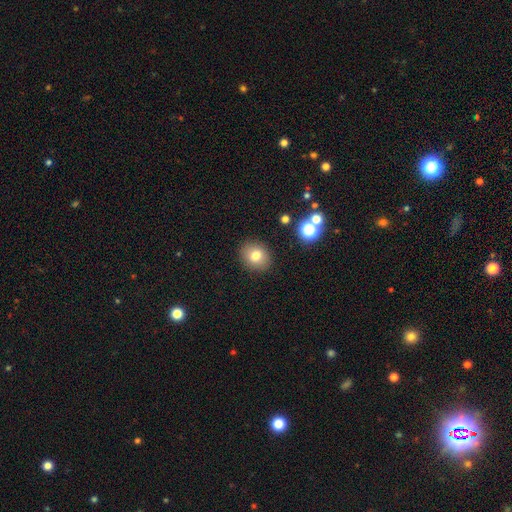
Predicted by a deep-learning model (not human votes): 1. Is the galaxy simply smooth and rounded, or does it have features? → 77% smooth, 12% star or artifact, 11% featured or disk.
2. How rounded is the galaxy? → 65% round, 34% in between, 1% cigar-shaped.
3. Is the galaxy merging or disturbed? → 88% none, 8% minor disturbance, 2% major disturbance, 2% merger.